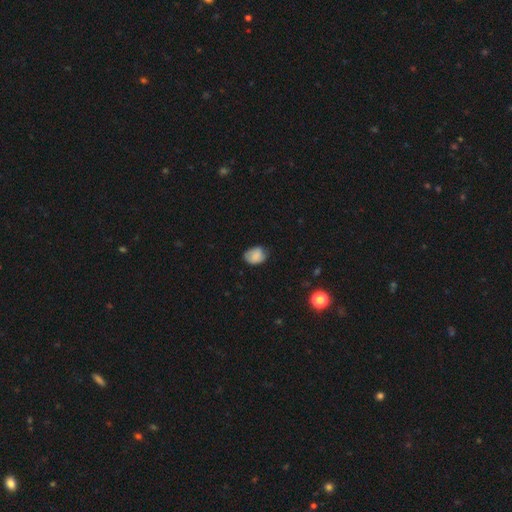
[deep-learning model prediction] smooth-or-featured: smooth: 82% | featured or disk: 9% | star or artifact: 9%
  how-rounded: in between: 69% | round: 30% | cigar-shaped: 1%
  merging: none: 62% | minor disturbance: 31% | major disturbance: 6% | merger: 1%